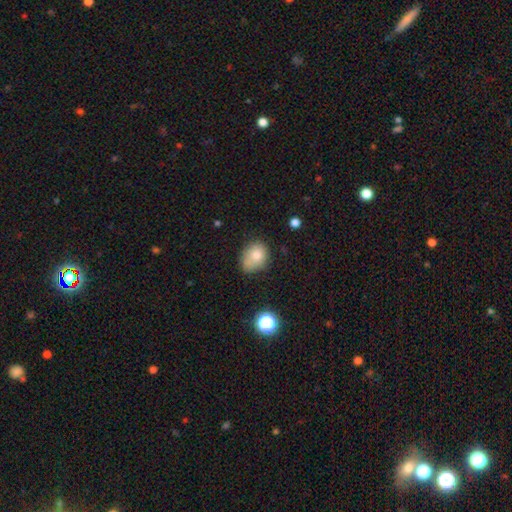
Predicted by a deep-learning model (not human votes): Smooth or featured? smooth (80%)
How rounded? in between (58%)
Merging? none (59%)